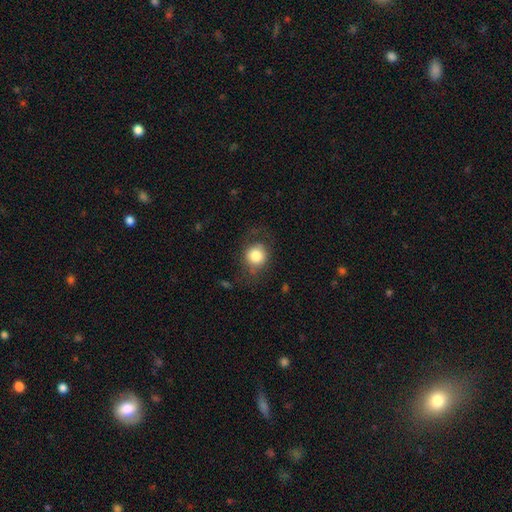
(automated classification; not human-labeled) Smooth or featured?
  - smooth: 79% *
  - featured or disk: 13%
  - star or artifact: 9%
How rounded?
  - round: 79% *
  - in between: 20%
  - cigar-shaped: 1%
Merging?
  - none: 66% *
  - minor disturbance: 19%
  - major disturbance: 13%
  - merger: 2%